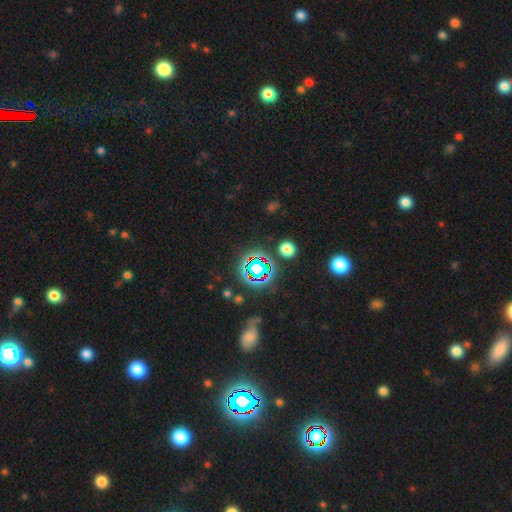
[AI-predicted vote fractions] Smooth or featured? star or artifact (77%)